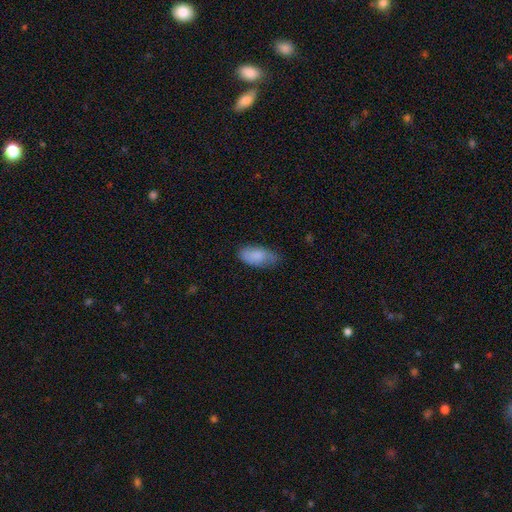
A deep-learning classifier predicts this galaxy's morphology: This is clearly a smooth galaxy (83%). How rounded: clearly in between (91%). Merging: likely none (61%).